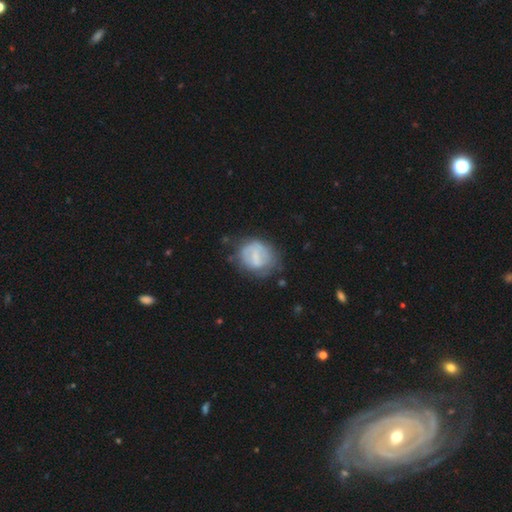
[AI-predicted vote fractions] Overall: smooth (47%; featured or disk 45%). Merging: none (56%; minor disturbance 25%).